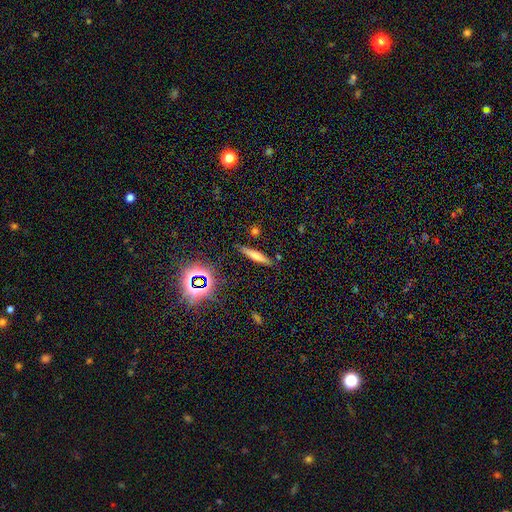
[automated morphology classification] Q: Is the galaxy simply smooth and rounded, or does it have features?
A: smooth — 57%.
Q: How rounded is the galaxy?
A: cigar-shaped — 87%.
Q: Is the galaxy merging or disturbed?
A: none — 84%.